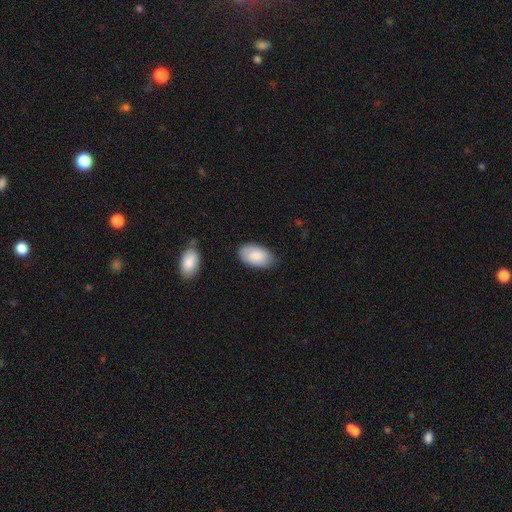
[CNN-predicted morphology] The model was most divided on "merging": none: 80%, minor disturbance: 15%, major disturbance: 3%, merger: 2%. More confident: how rounded — in between (95%); smooth or featured — smooth (87%).